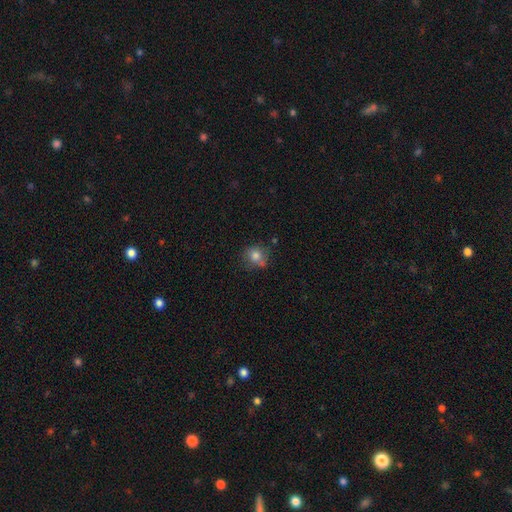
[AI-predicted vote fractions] A smooth galaxy with no disk features (78%) that is round (74%).

Vote fractions:
- Smooth or featured? smooth: 78% / star or artifact: 11% / featured or disk: 11%
- How rounded? round: 74% / in between: 25% / cigar-shaped: 1%
- Merging? none: 62% / minor disturbance: 24% / merger: 7% / major disturbance: 6%